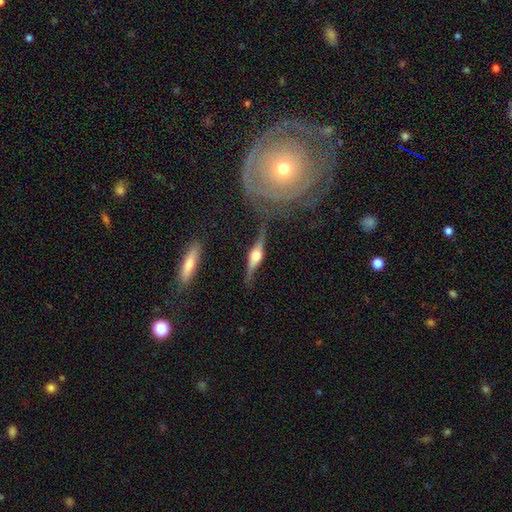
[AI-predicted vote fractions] This is likely a featured or disk galaxy (79%). It is clearly viewed edge-on (94%). Edge-on bulge: clearly rounded (93%). Merging: likely none (72%).